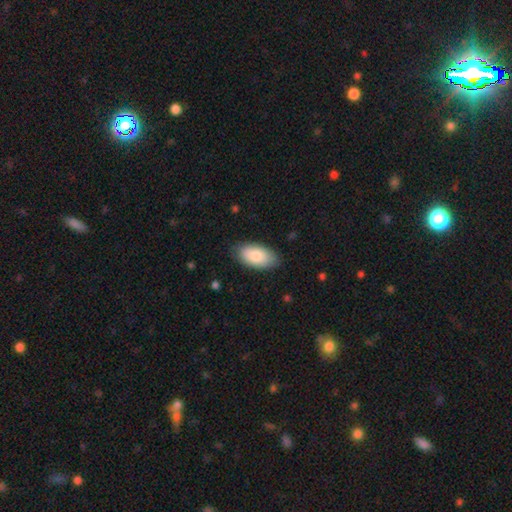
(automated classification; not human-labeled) A smooth galaxy with no disk features (85%) that is in between round and cigar-shaped (95%).

Vote fractions:
- Smooth or featured? smooth: 85% / featured or disk: 10% / star or artifact: 6%
- How rounded? in between: 95% / round: 3% / cigar-shaped: 2%
- Merging? none: 83% / minor disturbance: 13% / major disturbance: 3% / merger: 1%